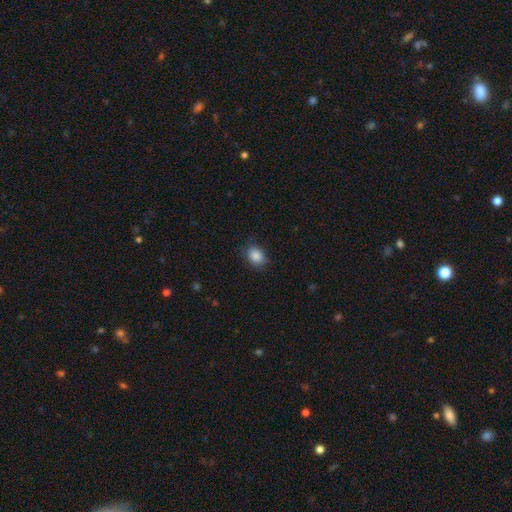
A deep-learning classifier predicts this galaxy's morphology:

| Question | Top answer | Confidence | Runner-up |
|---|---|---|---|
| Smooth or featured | smooth | 87% | star or artifact (8%) |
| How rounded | in between | 63% | round (36%) |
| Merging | none | 79% | minor disturbance (16%) |